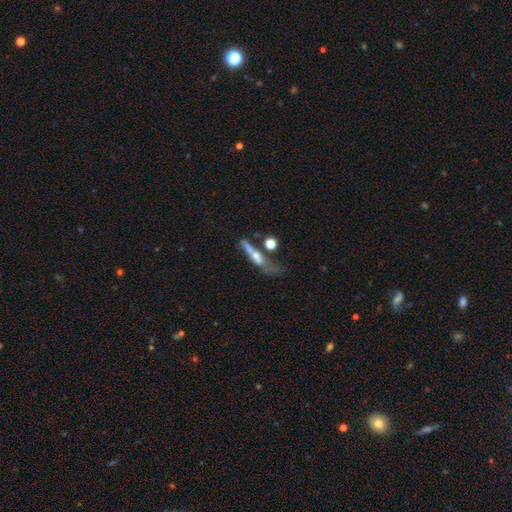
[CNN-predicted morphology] Smooth or featured? Predicted: featured or disk (p=0.46). Merging? Predicted: major disturbance (p=0.31).